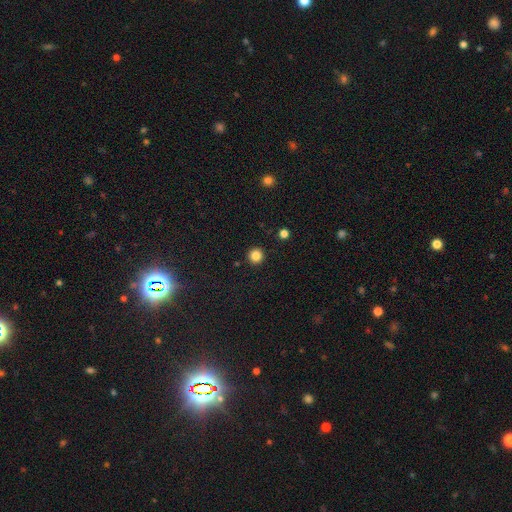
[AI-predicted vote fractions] smooth_or_featured: smooth (p=0.84) [alt: star or artifact p=0.12]
how_rounded: round (p=0.96) [alt: in between p=0.03]
merging: none (p=0.93) [alt: minor disturbance p=0.04]